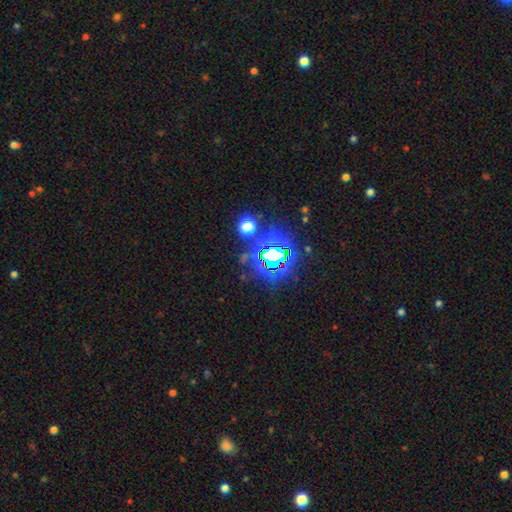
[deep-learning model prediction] A star or artifact, not a galaxy (82%).

Vote fractions:
- Smooth or featured? star or artifact: 82% / smooth: 10% / featured or disk: 7%